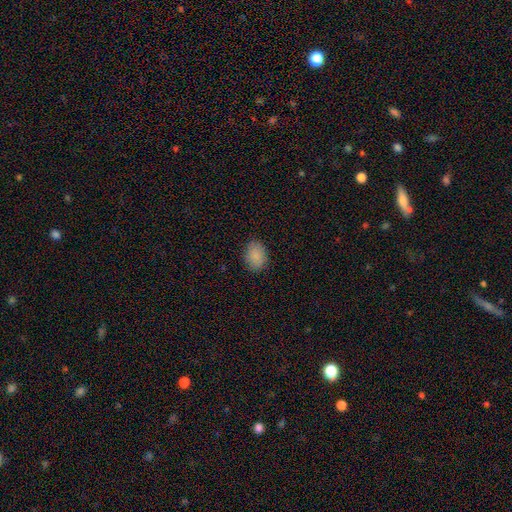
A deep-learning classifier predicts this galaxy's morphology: Smooth or featured? Predicted: smooth (p=0.88). How rounded? Predicted: in between (p=0.68). Merging? Predicted: none (p=0.87).